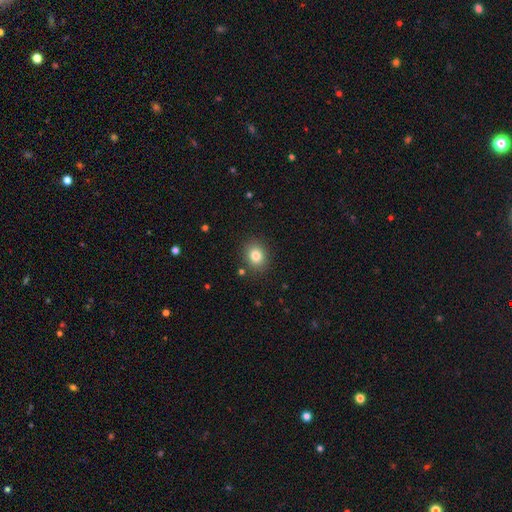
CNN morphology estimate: Smooth or featured?
  - smooth: 82% *
  - star or artifact: 11%
  - featured or disk: 7%
How rounded?
  - round: 62% *
  - in between: 37%
  - cigar-shaped: 1%
Merging?
  - none: 87% *
  - minor disturbance: 8%
  - major disturbance: 3%
  - merger: 2%